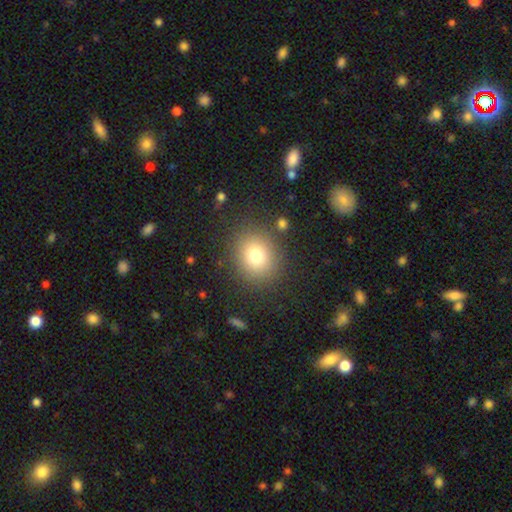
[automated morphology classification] Overall: smooth (76%). How rounded: round (77%). Merging: none (85%).